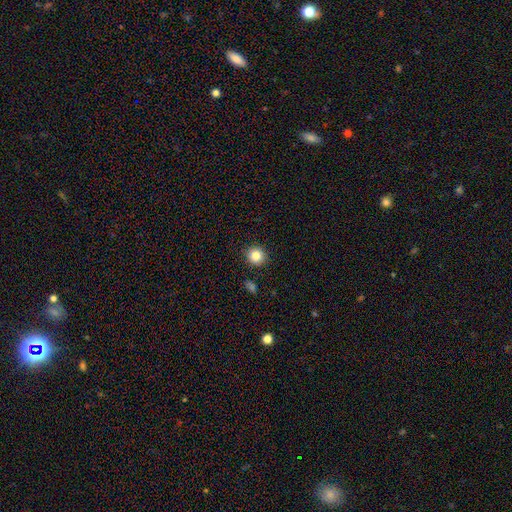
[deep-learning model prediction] Smooth or featured: smooth — 84% (star or artifact — 11%)
How rounded: round — 90% (in between — 9%)
Merging: none — 91% (minor disturbance — 6%)